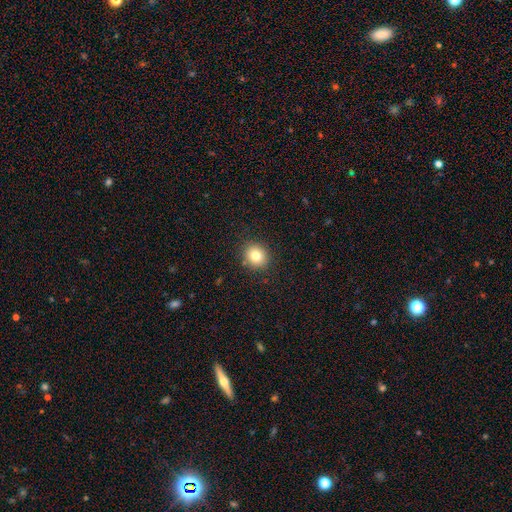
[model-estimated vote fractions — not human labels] Smooth or featured? Predicted: smooth (p=0.80). How rounded? Predicted: round (p=0.82). Merging? Predicted: none (p=0.89).